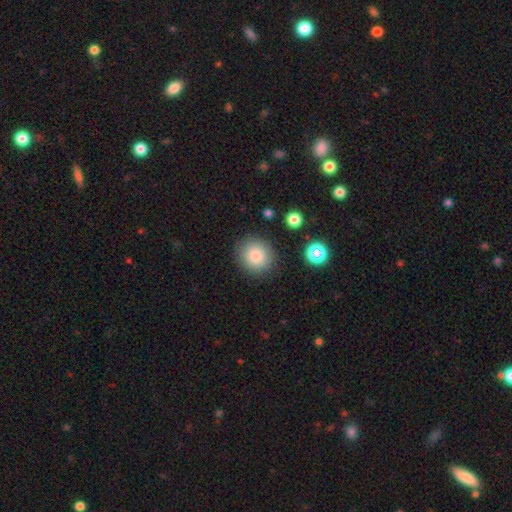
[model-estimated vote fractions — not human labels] smooth 83%, star or artifact 10%, featured or disk 7%. Down the decision tree: how rounded — round (90%); merging — none (88%).